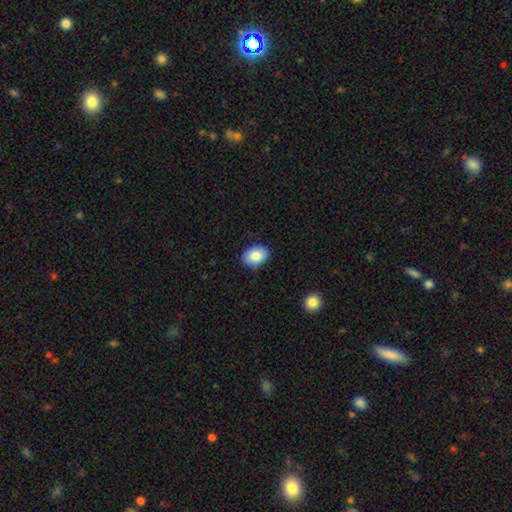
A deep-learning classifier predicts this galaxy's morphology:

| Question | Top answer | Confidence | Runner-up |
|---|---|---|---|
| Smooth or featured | smooth | 87% | star or artifact (7%) |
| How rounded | in between | 81% | round (18%) |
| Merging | none | 85% | minor disturbance (12%) |